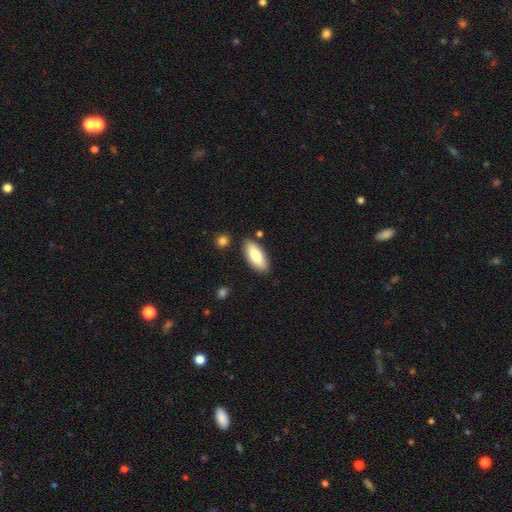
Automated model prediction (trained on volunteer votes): smooth 82%, featured or disk 12%, star or artifact 6%. Down the decision tree: how rounded — in between (83%); merging — none (84%).